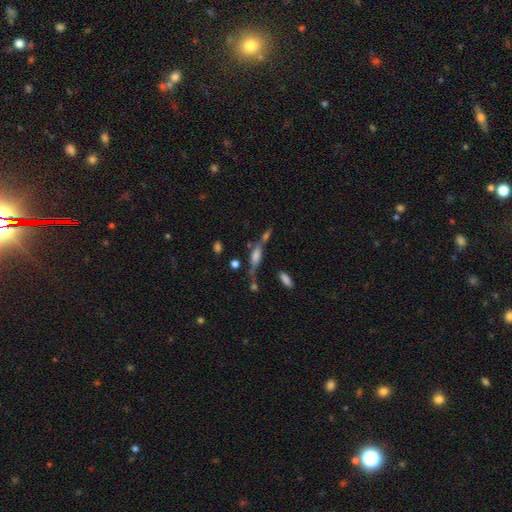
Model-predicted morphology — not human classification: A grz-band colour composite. It shows a featured or disk galaxy (57%) viewed edge-on (85%). Merging: none (55%).